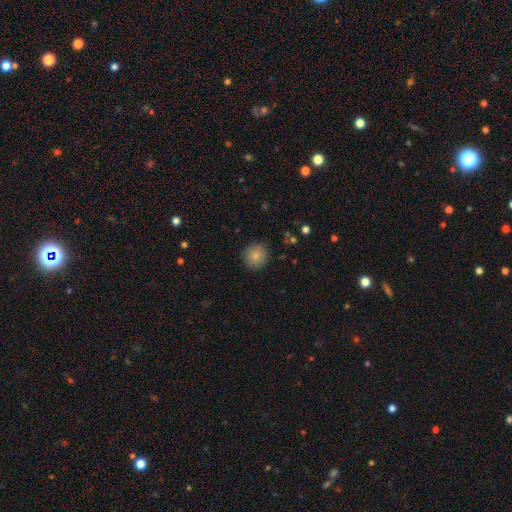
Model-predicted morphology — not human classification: smooth-or-featured: smooth: 82% | star or artifact: 10% | featured or disk: 7%
  how-rounded: round: 92% | in between: 7% | cigar-shaped: 1%
  merging: none: 87% | minor disturbance: 9% | major disturbance: 2% | merger: 1%